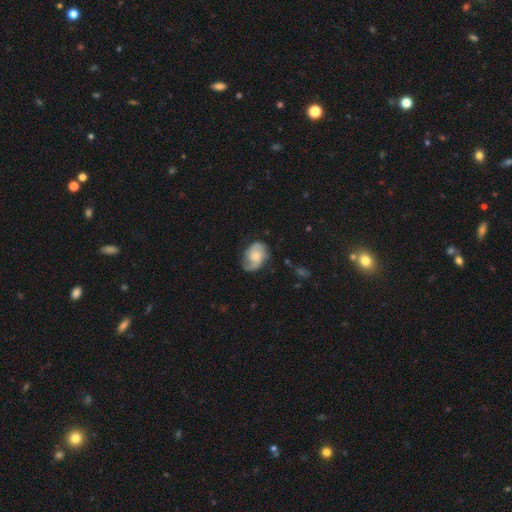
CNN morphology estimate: This is likely a featured or disk galaxy (69%). It is clearly not viewed edge-on (97%). Bar: likely no (66%). Spiral arm pattern: clearly yes (93%). Spiral arm count: likely 2 (75%). Spiral winding: marginally medium (44%). Central bulge: possibly moderate (47%). Merging: likely none (67%).